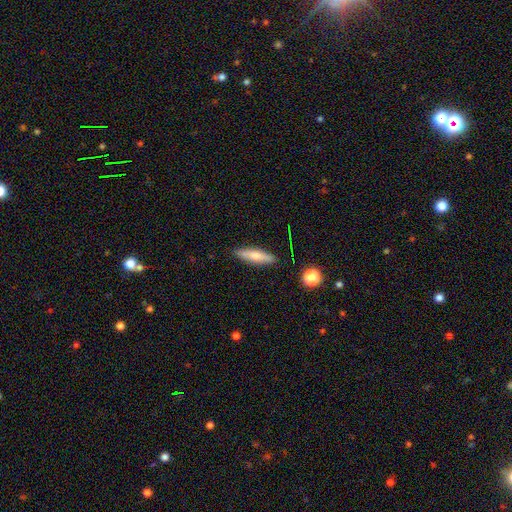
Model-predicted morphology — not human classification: Smooth or featured? Predicted: smooth (p=0.65). How rounded? Predicted: cigar-shaped (p=0.75). Merging? Predicted: none (p=0.87).